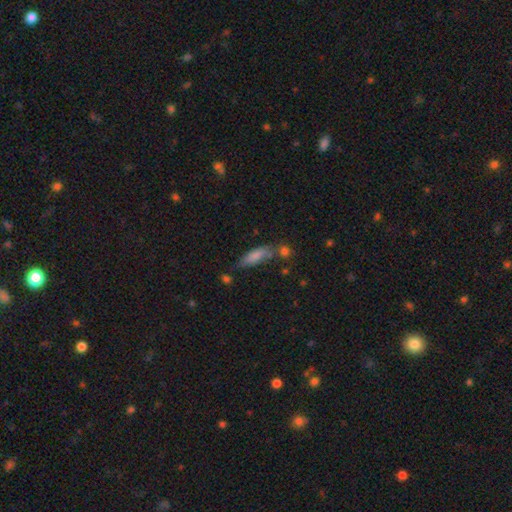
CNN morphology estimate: smooth-or-featured: smooth: 77% | featured or disk: 15% | star or artifact: 8%
  how-rounded: in between: 53% | cigar-shaped: 45% | round: 3%
  merging: none: 55% | minor disturbance: 25% | merger: 13% | major disturbance: 8%